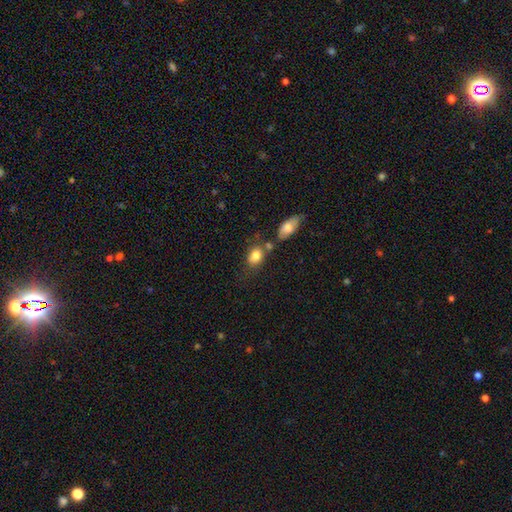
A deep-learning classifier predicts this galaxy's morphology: This appears to be a smooth galaxy with no disk features (82%) that is in between round and cigar-shaped (75%). Merging: none (52%).